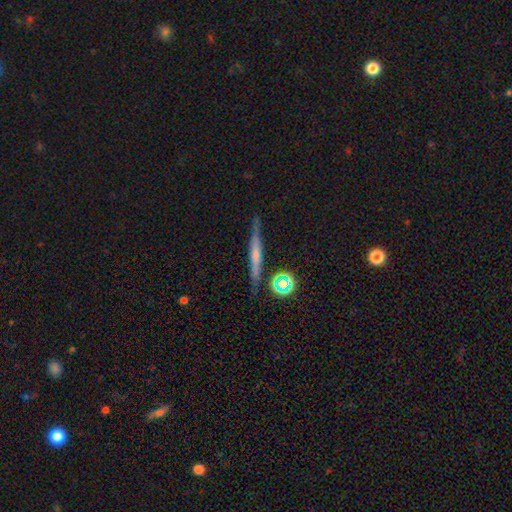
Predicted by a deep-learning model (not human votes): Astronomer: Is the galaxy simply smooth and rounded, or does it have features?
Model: featured or disk — 52% (runner-up: smooth, 37%).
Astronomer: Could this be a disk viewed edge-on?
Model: yes — 94%.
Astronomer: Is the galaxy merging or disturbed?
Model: none — 81%.